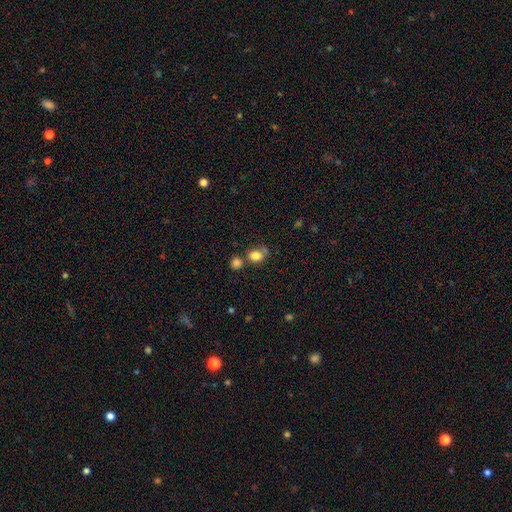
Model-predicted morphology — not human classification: This is clearly a smooth galaxy (81%). How rounded: possibly round (54%). Merging: possibly none (52%).